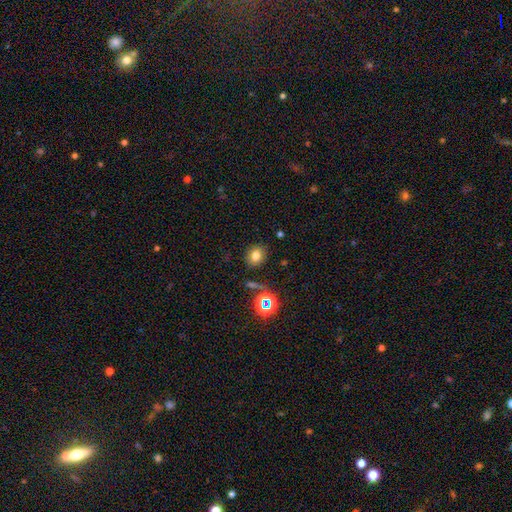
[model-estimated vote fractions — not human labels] Q: Smooth or featured?
A: smooth (75%); runner-up: star or artifact (17%)
Q: How rounded?
A: round (61%); runner-up: in between (38%)
Q: Merging?
A: none (84%); runner-up: minor disturbance (9%)